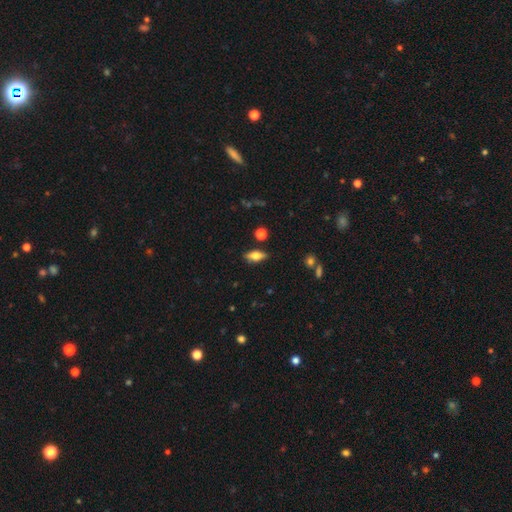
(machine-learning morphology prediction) Overall: smooth (57%; featured or disk 34%). How rounded: in between (77%). Merging: none (82%).